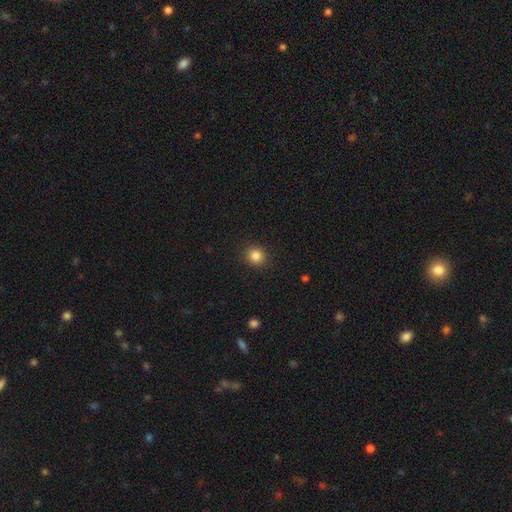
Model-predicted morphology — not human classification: Overall: smooth (85%). How rounded: round (85%). Merging: none (91%).